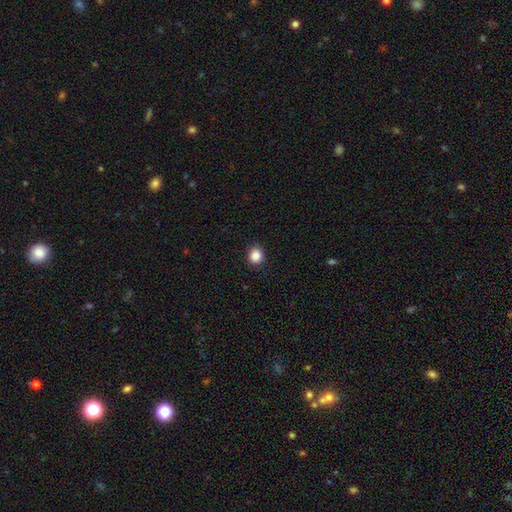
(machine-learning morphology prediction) This appears to be a smooth galaxy with no disk features (87%) that is round (84%). Merging: none (90%).